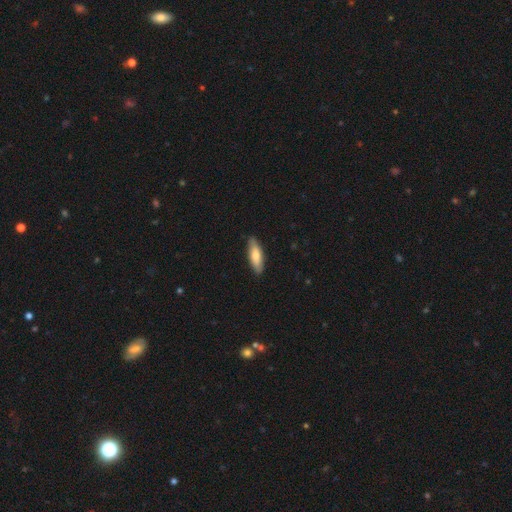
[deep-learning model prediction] This appears to be a smooth galaxy with no disk features (74%) that is in between round and cigar-shaped (50%). Merging: none (84%).